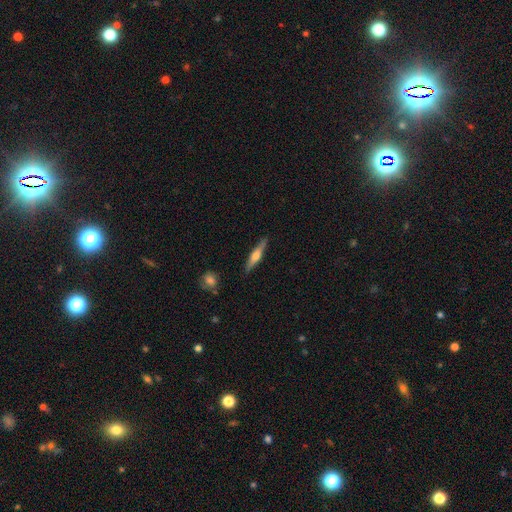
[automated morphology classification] Smooth or featured? featured or disk (55%)
Edge-on disk? yes (96%)
Edge-on bulge? rounded (89%)
Merging? none (89%)